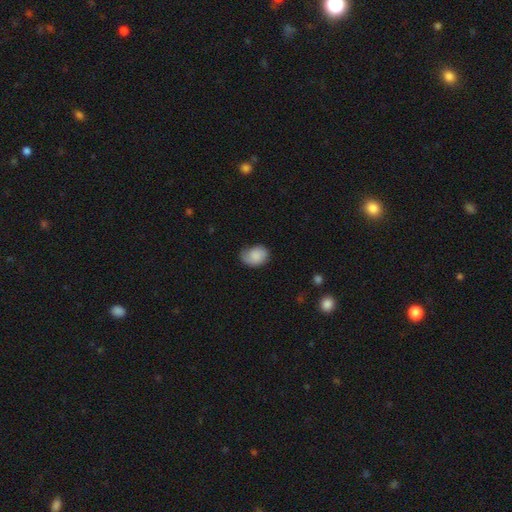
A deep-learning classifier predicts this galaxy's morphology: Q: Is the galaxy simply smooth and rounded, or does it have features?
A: smooth — 77%.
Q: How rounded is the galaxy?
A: in between — 65%.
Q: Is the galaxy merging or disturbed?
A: none — 56%.